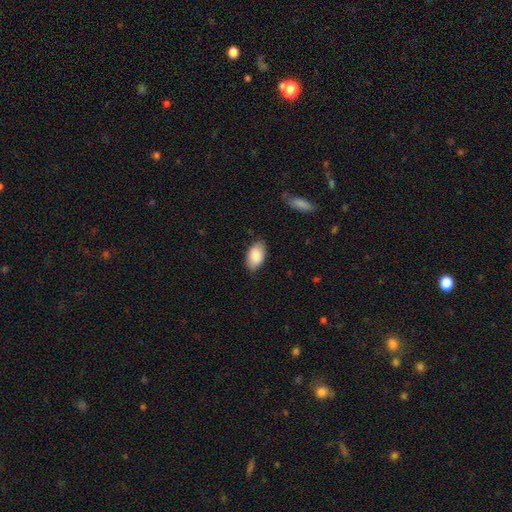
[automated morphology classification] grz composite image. It shows a smooth galaxy with no disk features (88%) that is in between round and cigar-shaped (94%). Merging: none (80%).